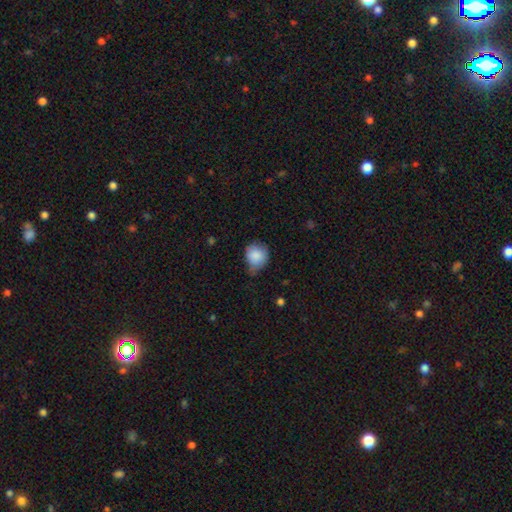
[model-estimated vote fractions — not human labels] This appears to be a smooth galaxy with no disk features (86%) that is round (74%). Merging: none (46%).